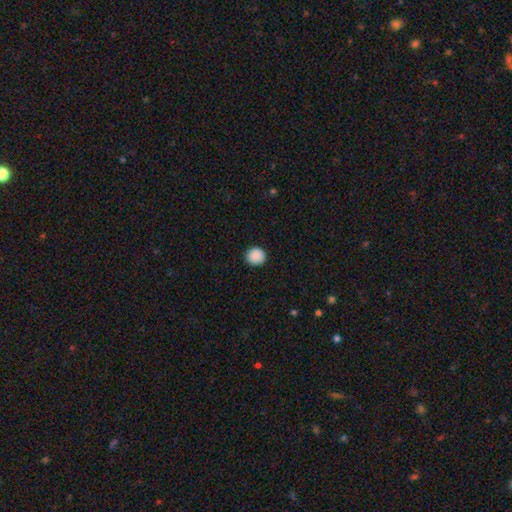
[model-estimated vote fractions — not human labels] The model was most divided on "how rounded": round: 90%, in between: 10%, cigar-shaped: 1%. More confident: merging — none (91%); smooth or featured — smooth (89%).